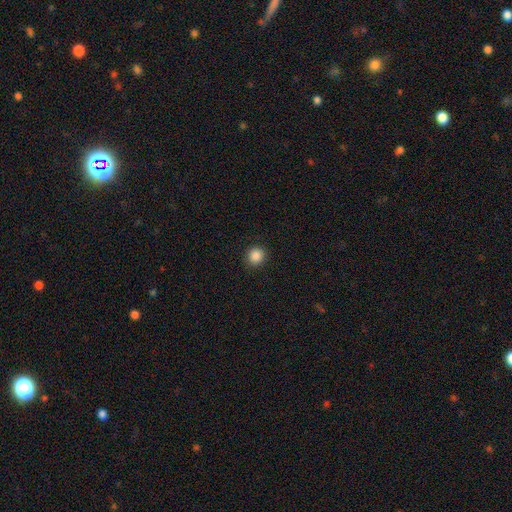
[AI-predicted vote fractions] smooth_or_featured: smooth (p=0.87) [alt: star or artifact p=0.10]
how_rounded: round (p=0.91) [alt: in between p=0.08]
merging: none (p=0.91) [alt: minor disturbance p=0.06]